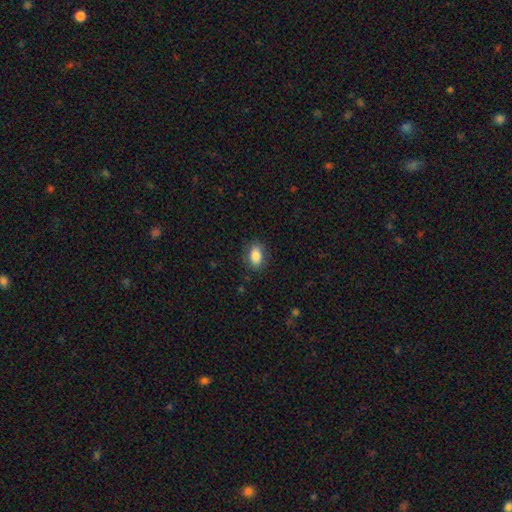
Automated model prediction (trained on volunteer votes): Morphology: type=smooth (84%); roundness=in between (86%); merging=none (84%).